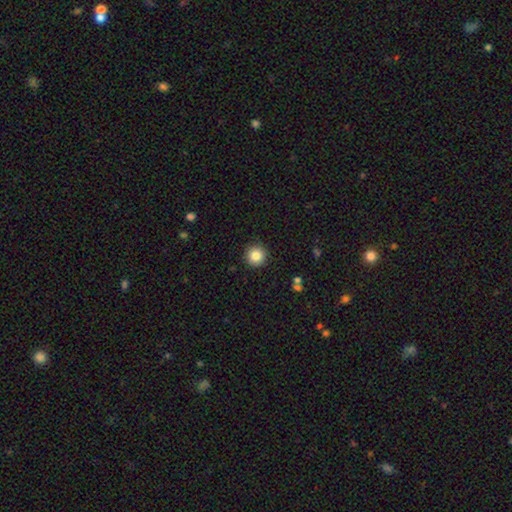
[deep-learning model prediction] Q: Smooth or featured?
A: smooth (84%); runner-up: star or artifact (10%)
Q: How rounded?
A: round (96%); runner-up: in between (3%)
Q: Merging?
A: none (91%); runner-up: minor disturbance (6%)